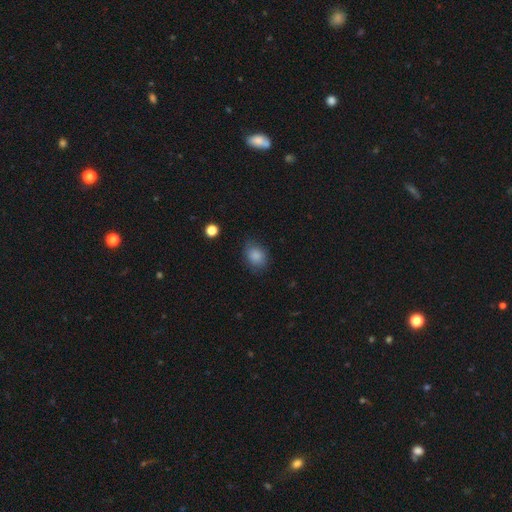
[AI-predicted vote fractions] smooth 85%, star or artifact 9%, featured or disk 6%. Down the decision tree: how rounded — in between (62%); merging — none (74%).